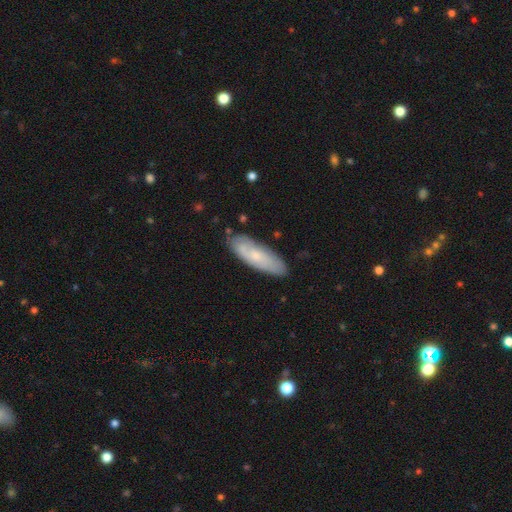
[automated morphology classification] This appears to be a smooth galaxy with no disk features (56%) that is in between round and cigar-shaped (55%). Merging: none (79%).